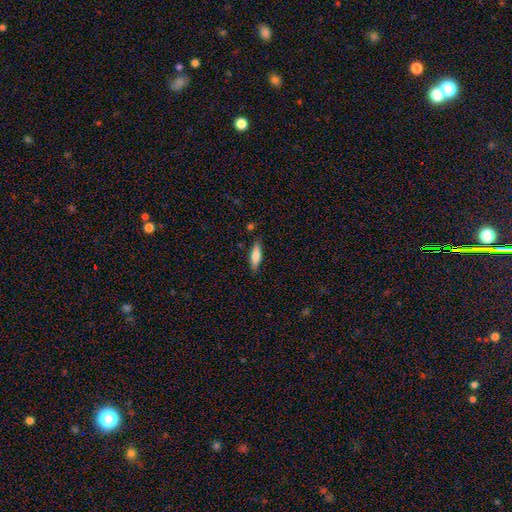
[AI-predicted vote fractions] Smooth or featured? Predicted: smooth (p=0.76). How rounded? Predicted: cigar-shaped (p=0.51). Merging? Predicted: none (p=0.83).